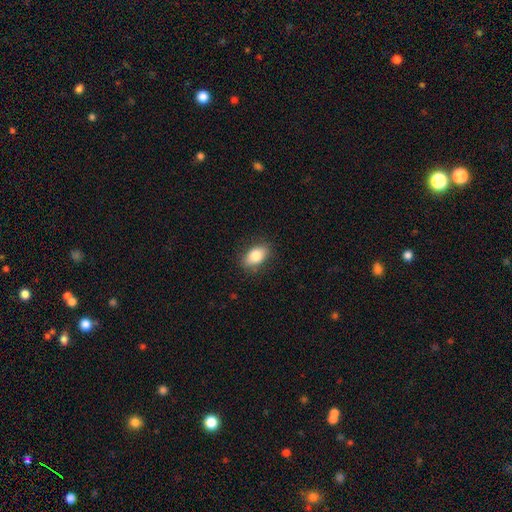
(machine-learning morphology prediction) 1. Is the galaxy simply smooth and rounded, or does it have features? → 82% smooth, 10% featured or disk, 8% star or artifact.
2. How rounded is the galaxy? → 86% in between, 11% round, 3% cigar-shaped.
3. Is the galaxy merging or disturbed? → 84% none, 12% minor disturbance, 3% major disturbance, 1% merger.